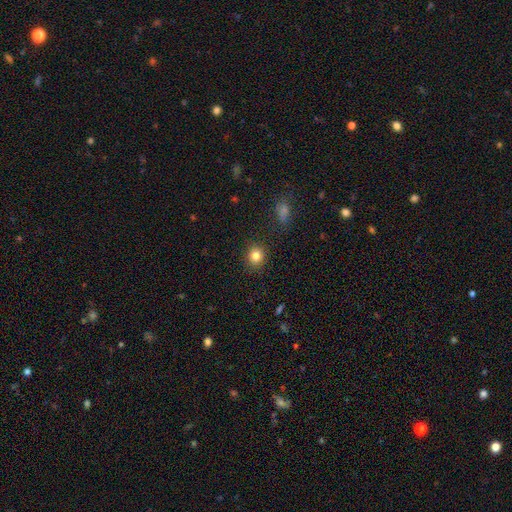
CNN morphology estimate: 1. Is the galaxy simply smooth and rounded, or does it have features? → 82% smooth, 11% star or artifact, 6% featured or disk.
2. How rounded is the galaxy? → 84% round, 16% in between, 1% cigar-shaped.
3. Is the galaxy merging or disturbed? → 89% none, 7% minor disturbance, 2% major disturbance, 1% merger.